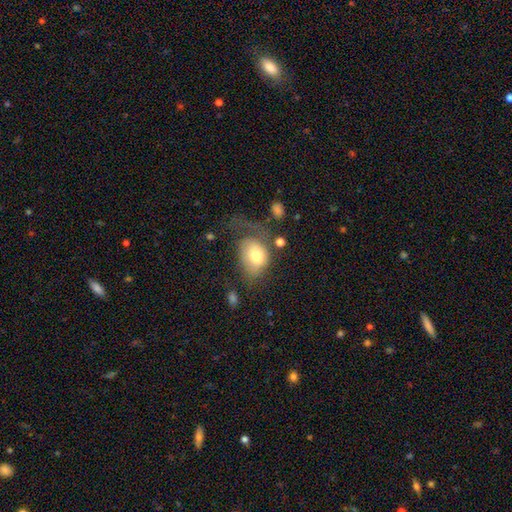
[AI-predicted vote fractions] Smooth or featured? Predicted: smooth (p=0.67). How rounded? Predicted: in between (p=0.69). Merging? Predicted: major disturbance (p=0.44).